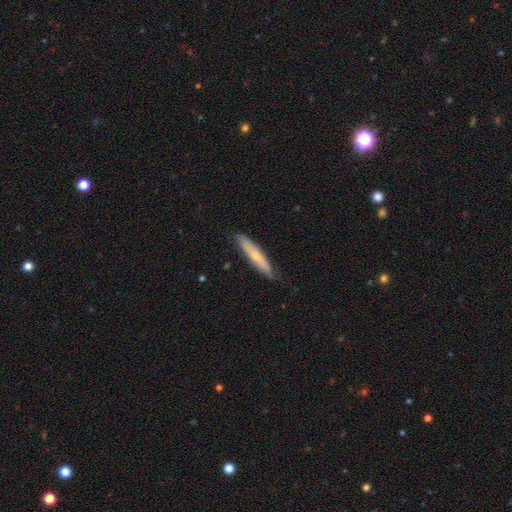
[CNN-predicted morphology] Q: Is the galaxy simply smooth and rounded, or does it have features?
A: smooth — 56%.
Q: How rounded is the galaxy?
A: cigar-shaped — 90%.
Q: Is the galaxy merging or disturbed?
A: none — 83%.